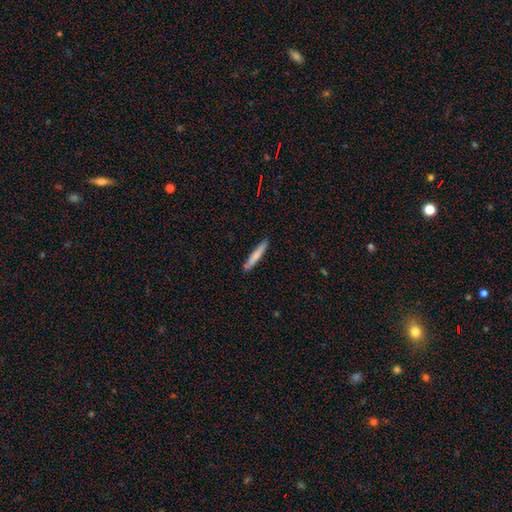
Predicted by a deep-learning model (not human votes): This is likely a smooth galaxy (74%). How rounded: clearly cigar-shaped (94%). Merging: clearly none (86%).